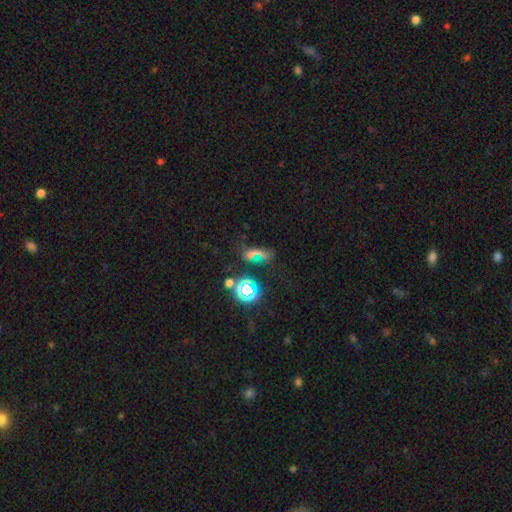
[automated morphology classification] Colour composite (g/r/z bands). It shows a smooth galaxy with no disk features (43%). Merging: none (49%).